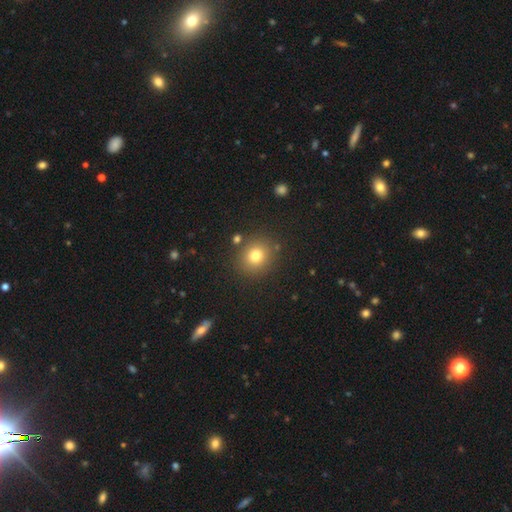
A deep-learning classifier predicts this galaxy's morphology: Smooth or featured? smooth (78%)
How rounded? round (81%)
Merging? none (84%)